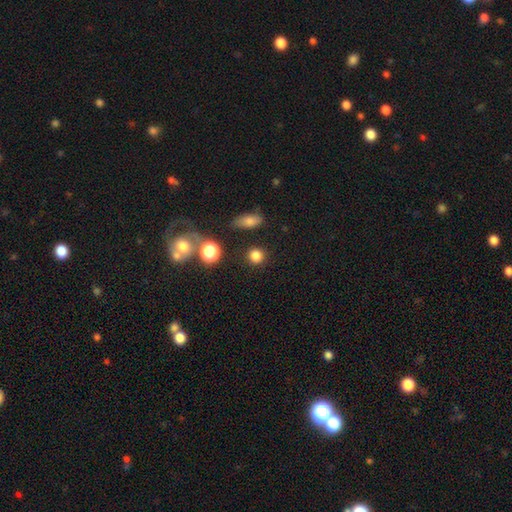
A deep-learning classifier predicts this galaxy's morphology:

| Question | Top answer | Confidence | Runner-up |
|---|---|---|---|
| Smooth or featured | smooth | 82% | star or artifact (14%) |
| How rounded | round | 88% | in between (11%) |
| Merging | none | 86% | minor disturbance (8%) |